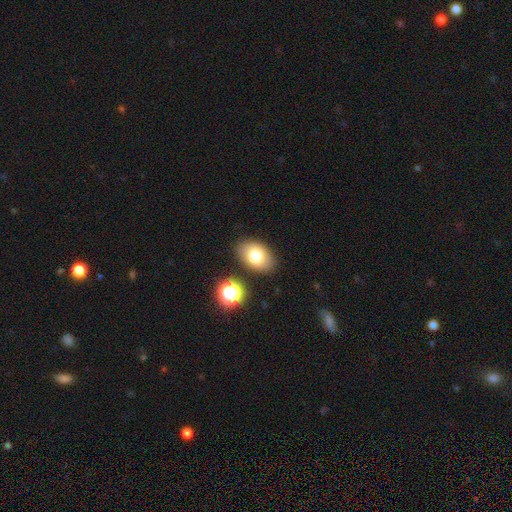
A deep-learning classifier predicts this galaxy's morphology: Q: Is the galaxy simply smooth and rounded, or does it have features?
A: smooth — 77%.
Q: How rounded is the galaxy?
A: in between — 86%.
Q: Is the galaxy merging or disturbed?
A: none — 85%.